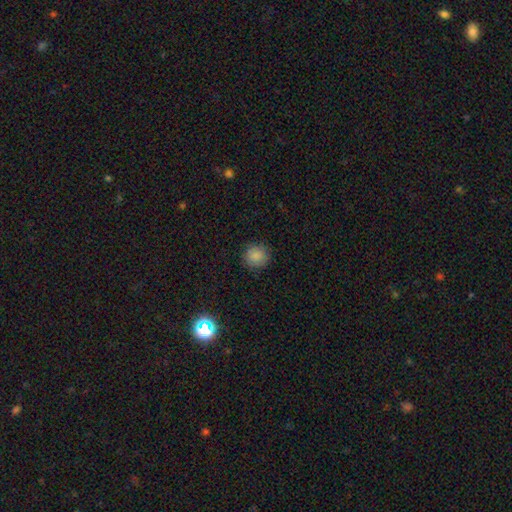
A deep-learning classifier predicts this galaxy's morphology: This is clearly a smooth galaxy (85%). How rounded: clearly round (92%). Merging: clearly none (88%).